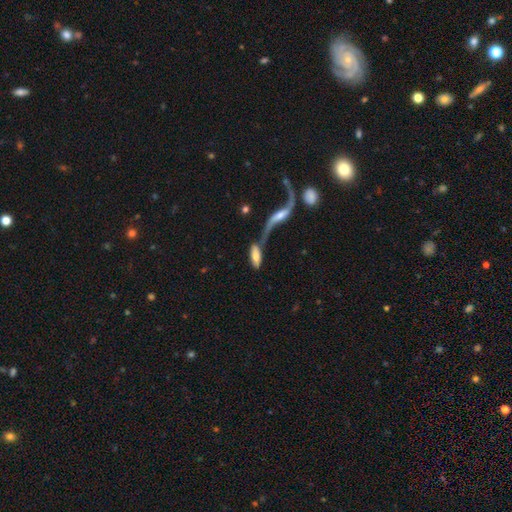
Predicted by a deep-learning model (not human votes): A smooth galaxy with no disk features (65%) that is in between round and cigar-shaped (70%).

Vote fractions:
- Smooth or featured? smooth: 65% / featured or disk: 28% / star or artifact: 7%
- How rounded? in between: 70% / cigar-shaped: 27% / round: 3%
- Merging? merger: 57% / none: 23% / minor disturbance: 10% / major disturbance: 10%